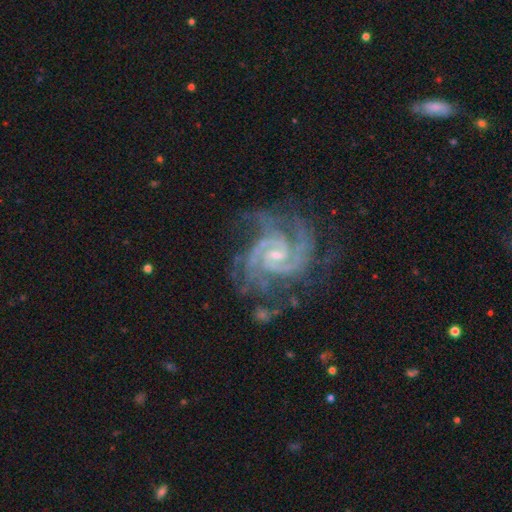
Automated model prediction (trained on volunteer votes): This is clearly a featured or disk galaxy (88%). It is clearly not viewed edge-on (98%). Bar: possibly no (53%). Spiral arm pattern: clearly yes (99%). Spiral arm count: marginally 3 (29%). Spiral winding: likely tight (60%). Central bulge: likely small (70%). Merging: likely none (75%).